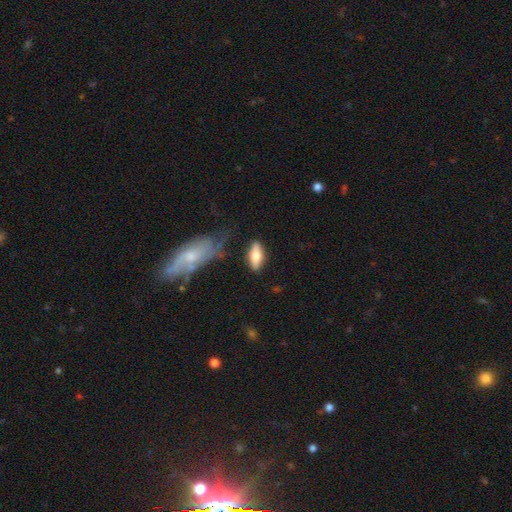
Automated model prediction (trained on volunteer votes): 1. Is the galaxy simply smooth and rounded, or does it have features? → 64% smooth, 29% featured or disk, 6% star or artifact.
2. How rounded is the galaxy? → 74% in between, 23% cigar-shaped, 3% round.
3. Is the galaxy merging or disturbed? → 78% none, 14% minor disturbance, 4% merger, 4% major disturbance.